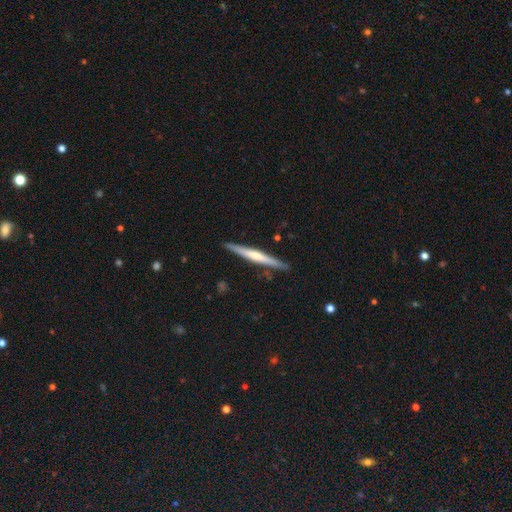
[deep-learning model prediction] This is possibly a featured or disk galaxy (58%). It is clearly viewed edge-on (97%). Edge-on bulge: possibly rounded (56%). Merging: clearly none (89%).